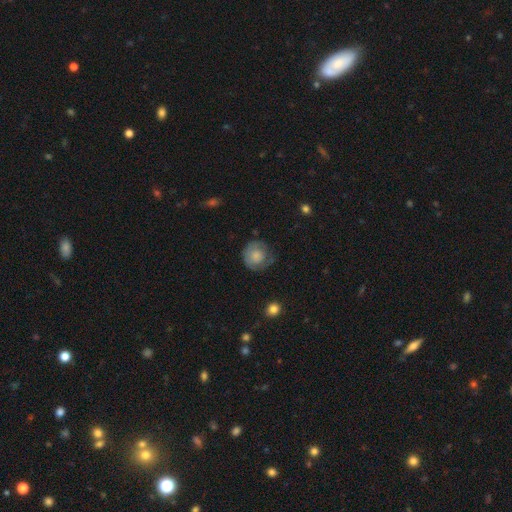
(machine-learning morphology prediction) Overall: smooth (69%). How rounded: round (89%). Merging: none (58%; minor disturbance 27%).